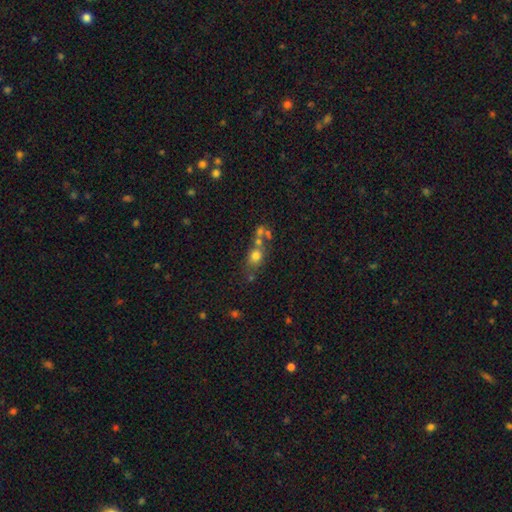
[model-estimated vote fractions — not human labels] Smooth or featured?
  - smooth: 70% *
  - featured or disk: 16%
  - star or artifact: 15%
How rounded?
  - round: 59% *
  - in between: 39%
  - cigar-shaped: 2%
Merging?
  - none: 47% *
  - merger: 31%
  - minor disturbance: 14%
  - major disturbance: 8%